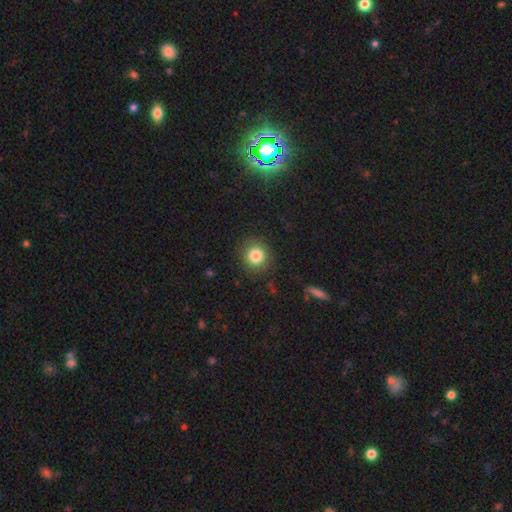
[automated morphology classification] smooth 83%, star or artifact 10%, featured or disk 7%. Down the decision tree: how rounded — round (90%); merging — none (87%).